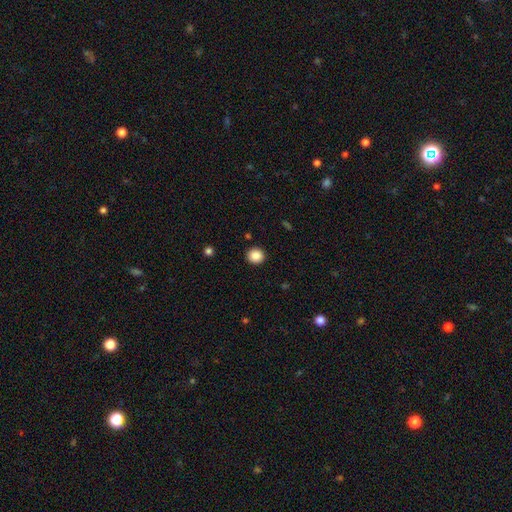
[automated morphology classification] This is clearly a smooth galaxy (87%). How rounded: clearly round (90%). Merging: clearly none (92%).